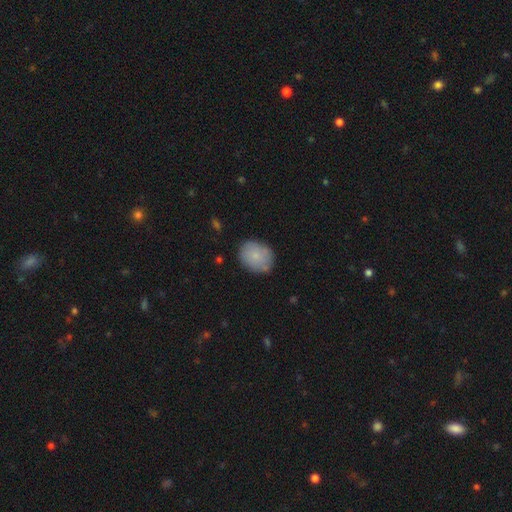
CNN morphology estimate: The model was most divided on "how rounded": round: 53%, in between: 46%, cigar-shaped: 1%. More confident: smooth or featured — smooth (81%); merging — none (76%).